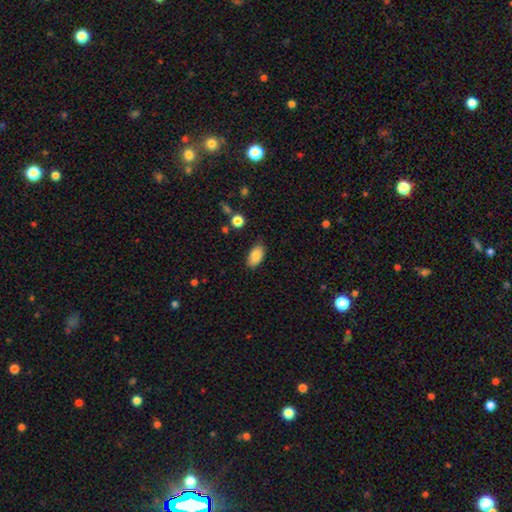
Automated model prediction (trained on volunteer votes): A smooth galaxy with no disk features (86%) that is in between round and cigar-shaped (93%).

Vote fractions:
- Smooth or featured? smooth: 86% / star or artifact: 8% / featured or disk: 6%
- How rounded? in between: 93% / round: 4% / cigar-shaped: 3%
- Merging? none: 82% / minor disturbance: 13% / major disturbance: 3% / merger: 2%